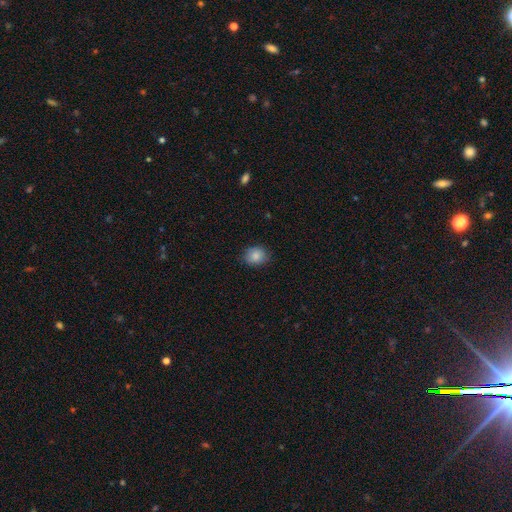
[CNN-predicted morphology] smooth-or-featured: smooth: 85% | star or artifact: 8% | featured or disk: 6%
  how-rounded: round: 55% | in between: 44% | cigar-shaped: 1%
  merging: none: 84% | minor disturbance: 13% | major disturbance: 3% | merger: 1%